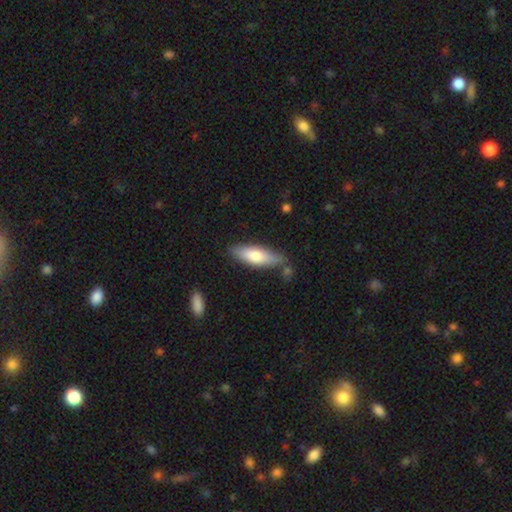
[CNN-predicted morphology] This appears to be a smooth galaxy with no disk features (70%) that is in between round and cigar-shaped (50%). Merging: none (74%).